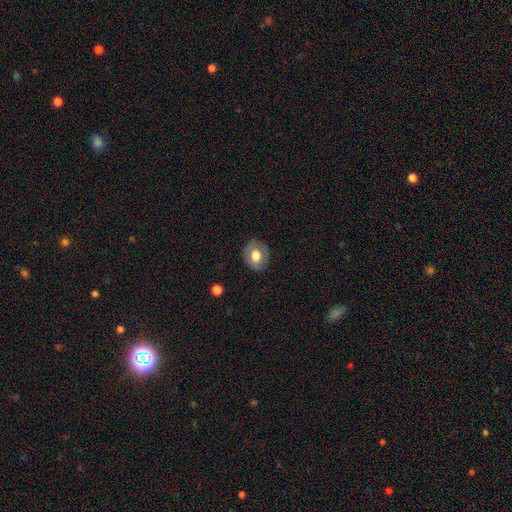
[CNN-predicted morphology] Overall: smooth (66%; featured or disk 26%). How rounded: round (61%; in between 38%). Merging: none (82%).